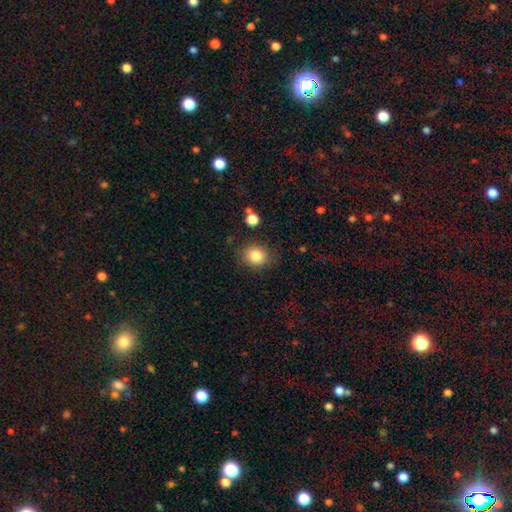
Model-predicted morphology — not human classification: The model was most divided on "how rounded": round: 71%, in between: 28%, cigar-shaped: 1%. More confident: smooth or featured — smooth (83%); merging — none (83%).